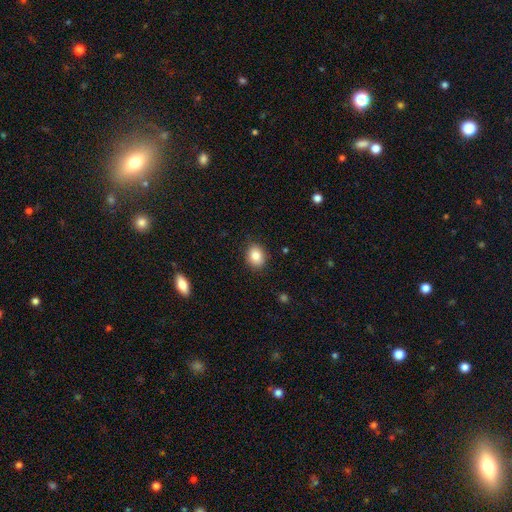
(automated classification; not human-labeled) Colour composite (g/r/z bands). It shows a smooth galaxy with no disk features (85%) that is round (52%). Merging: none (86%).